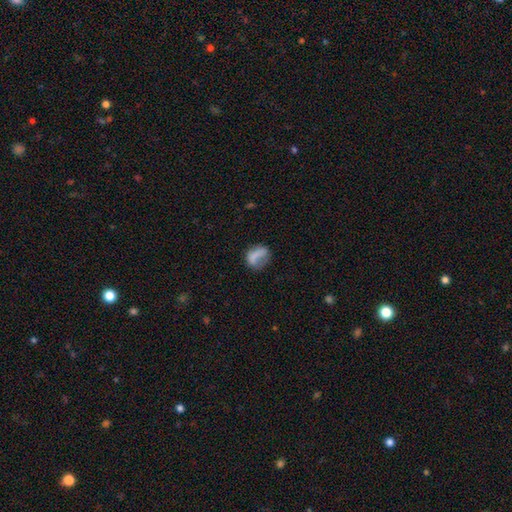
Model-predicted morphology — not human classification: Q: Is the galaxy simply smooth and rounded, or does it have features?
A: smooth — 70%.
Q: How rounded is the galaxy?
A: in between — 61%.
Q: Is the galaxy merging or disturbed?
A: none — 42%.